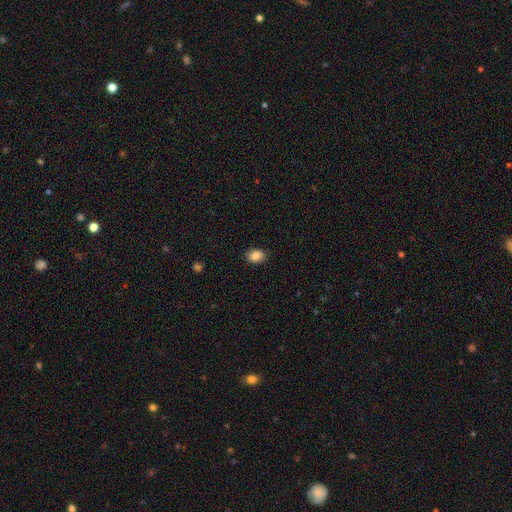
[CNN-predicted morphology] Smooth or featured: smooth — 86% (star or artifact — 9%)
How rounded: in between — 61% (round — 38%)
Merging: none — 87% (minor disturbance — 10%)